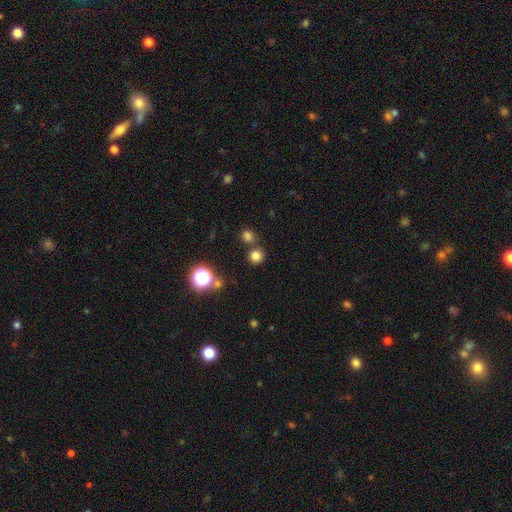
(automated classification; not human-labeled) A smooth galaxy with no disk features (76%) that is round (91%).

Vote fractions:
- Smooth or featured? smooth: 76% / star or artifact: 19% / featured or disk: 6%
- How rounded? round: 91% / in between: 8% / cigar-shaped: 1%
- Merging? none: 73% / merger: 16% / minor disturbance: 7% / major disturbance: 3%